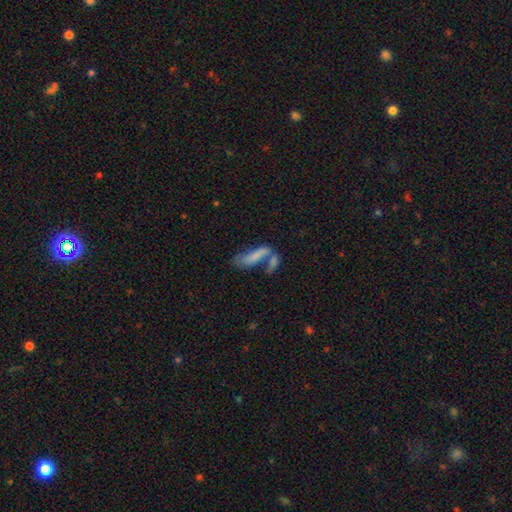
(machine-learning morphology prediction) Overall: smooth (70%). How rounded: cigar-shaped (58%; in between 39%). Merging: merger (48%; none 29%).